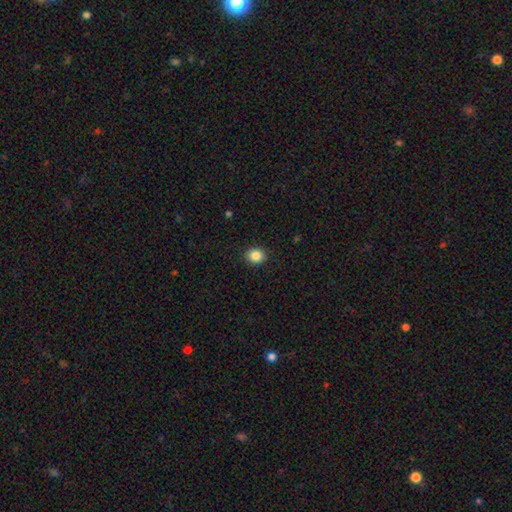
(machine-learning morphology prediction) The model was most divided on "how rounded": round: 72%, in between: 27%, cigar-shaped: 1%. More confident: merging — none (91%); smooth or featured — smooth (86%).